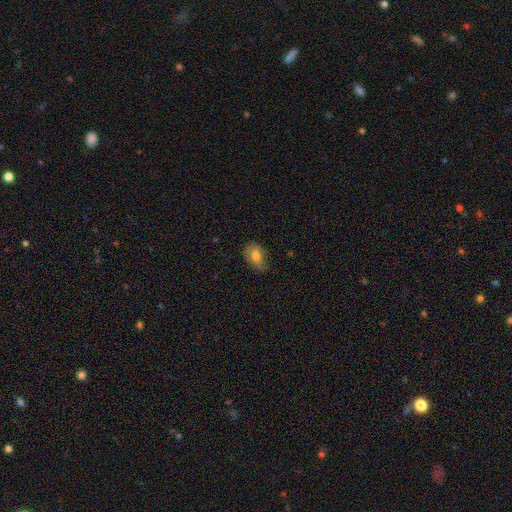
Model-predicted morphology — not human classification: Smooth or featured: smooth — 75% (featured or disk — 17%)
How rounded: in between — 83% (round — 16%)
Merging: none — 66% (minor disturbance — 28%)